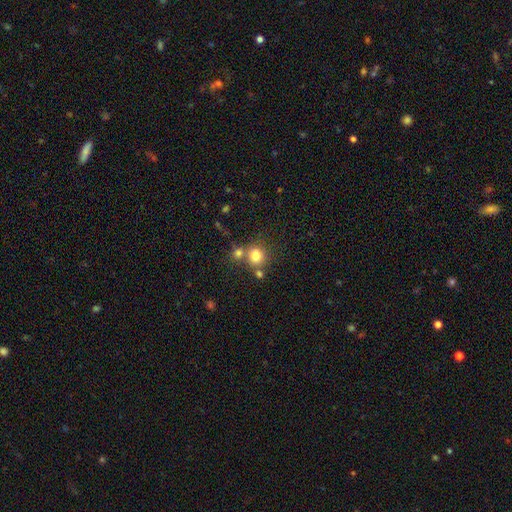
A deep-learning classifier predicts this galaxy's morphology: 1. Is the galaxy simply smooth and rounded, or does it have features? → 80% smooth, 12% star or artifact, 8% featured or disk.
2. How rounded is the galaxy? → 81% round, 18% in between, 1% cigar-shaped.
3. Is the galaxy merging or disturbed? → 57% none, 29% merger, 10% minor disturbance, 4% major disturbance.